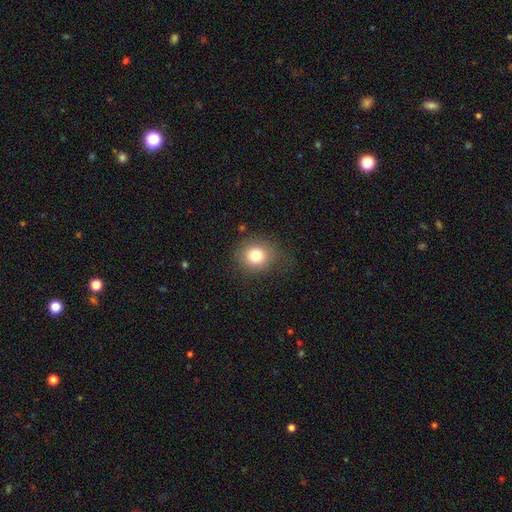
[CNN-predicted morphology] The model was most divided on "merging": none: 78%, minor disturbance: 14%, major disturbance: 6%, merger: 1%. More confident: how rounded — round (82%); smooth or featured — smooth (78%).